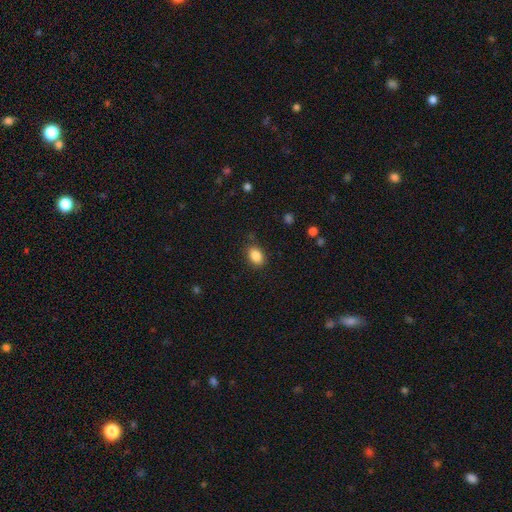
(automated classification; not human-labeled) smooth_or_featured: smooth (p=0.87) [alt: star or artifact p=0.09]
how_rounded: in between (p=0.79) [alt: round p=0.20]
merging: none (p=0.83) [alt: minor disturbance p=0.12]